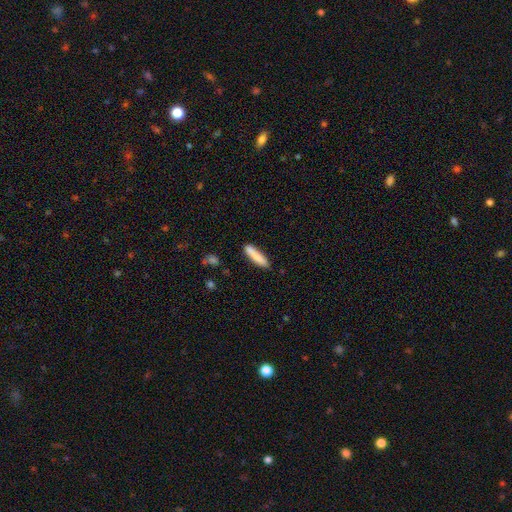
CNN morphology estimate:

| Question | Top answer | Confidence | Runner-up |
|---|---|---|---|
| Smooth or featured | smooth | 84% | featured or disk (10%) |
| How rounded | cigar-shaped | 85% | in between (14%) |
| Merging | none | 83% | minor disturbance (12%) |